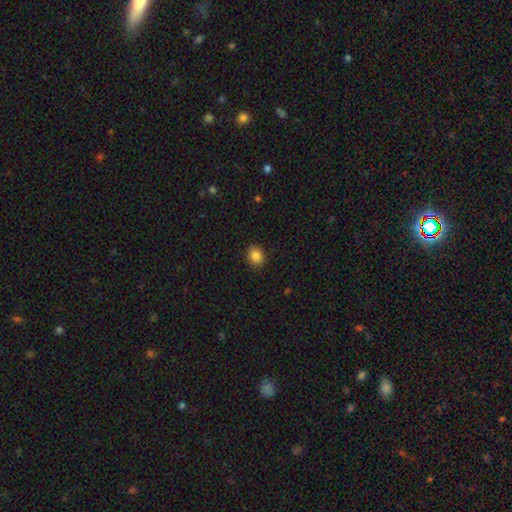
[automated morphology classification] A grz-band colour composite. It shows a smooth galaxy with no disk features (87%) that is round (59%). Merging: none (89%).